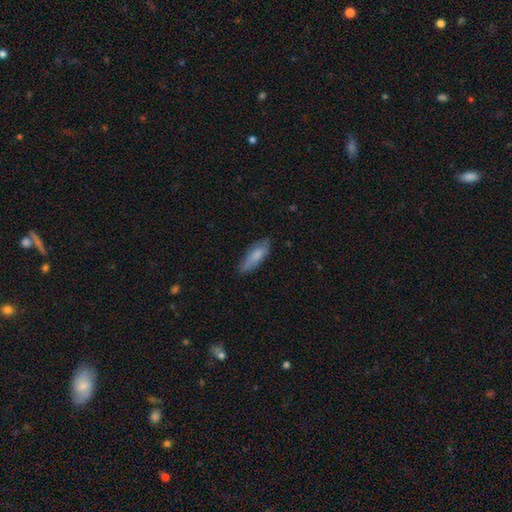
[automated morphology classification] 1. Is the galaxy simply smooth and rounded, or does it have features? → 74% smooth, 20% featured or disk, 6% star or artifact.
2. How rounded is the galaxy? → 51% in between, 47% cigar-shaped, 2% round.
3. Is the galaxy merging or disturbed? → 73% none, 21% minor disturbance, 5% major disturbance, 1% merger.